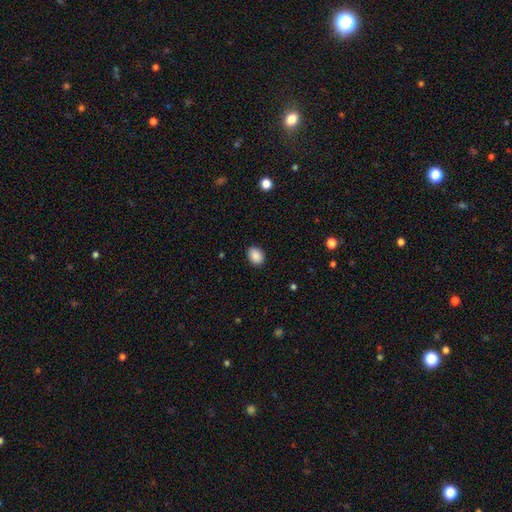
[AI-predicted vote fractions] Smooth or featured? Predicted: smooth (p=0.89). How rounded? Predicted: in between (p=0.68). Merging? Predicted: none (p=0.89).